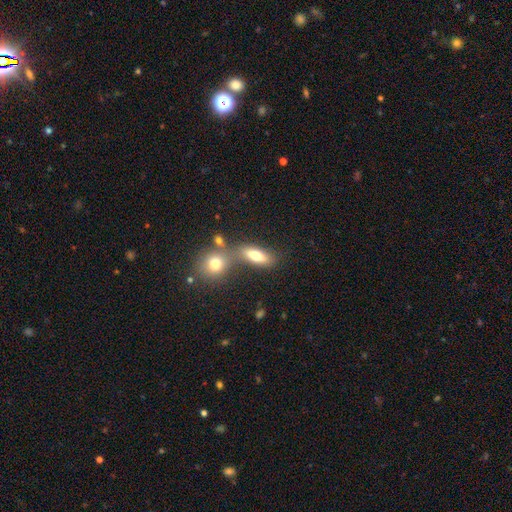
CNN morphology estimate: type=smooth (71%); roundness=in between (67%); merging=none (51%).